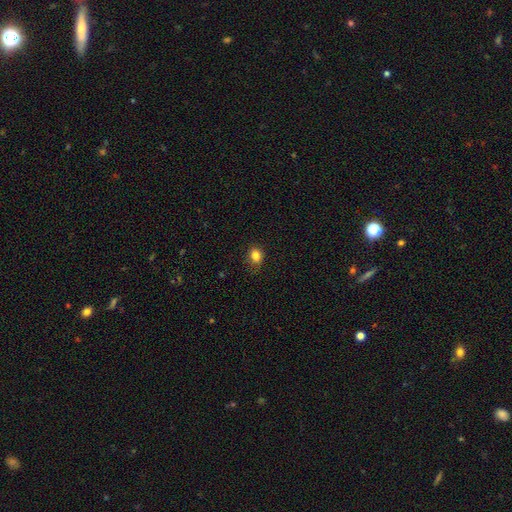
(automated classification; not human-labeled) smooth_or_featured: smooth (p=0.84) [alt: star or artifact p=0.11]
how_rounded: round (p=0.54) [alt: in between p=0.45]
merging: none (p=0.77) [alt: minor disturbance p=0.18]